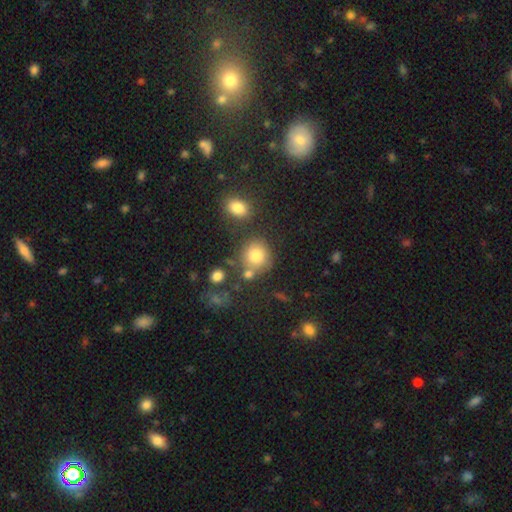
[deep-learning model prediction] A smooth galaxy with no disk features (78%) that is round (82%).

Vote fractions:
- Smooth or featured? smooth: 78% / star or artifact: 12% / featured or disk: 10%
- How rounded? round: 82% / in between: 17% / cigar-shaped: 1%
- Merging? none: 65% / merger: 17% / minor disturbance: 13% / major disturbance: 5%